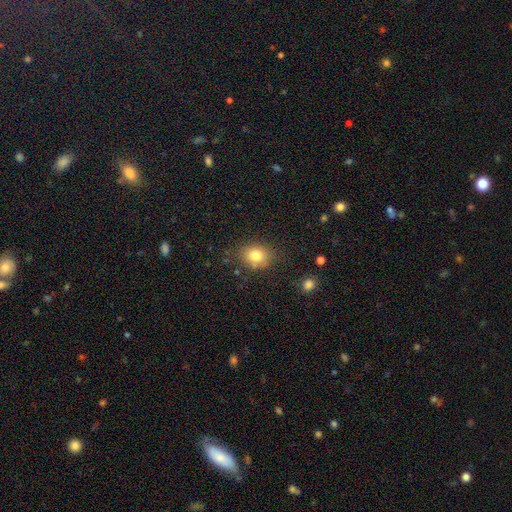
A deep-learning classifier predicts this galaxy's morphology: smooth 81%, star or artifact 10%, featured or disk 9%. Down the decision tree: how rounded — in between (52%); merging — none (79%).